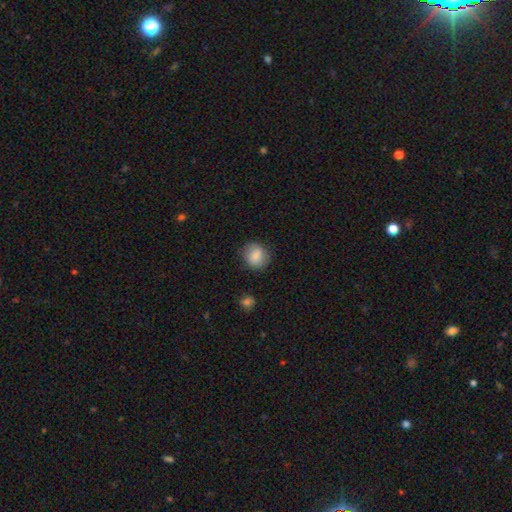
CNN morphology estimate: Smooth or featured?
  - smooth: 83% *
  - featured or disk: 9%
  - star or artifact: 8%
How rounded?
  - round: 78% *
  - in between: 21%
  - cigar-shaped: 1%
Merging?
  - none: 80% *
  - minor disturbance: 14%
  - major disturbance: 4%
  - merger: 2%